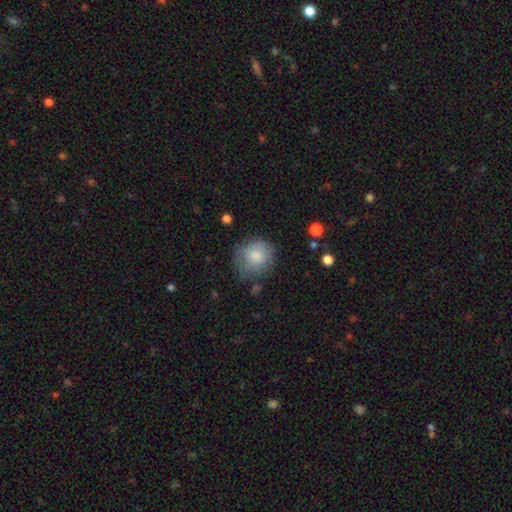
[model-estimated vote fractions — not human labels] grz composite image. It shows a smooth galaxy with no disk features (78%) that is round (85%). Merging: none (59%).